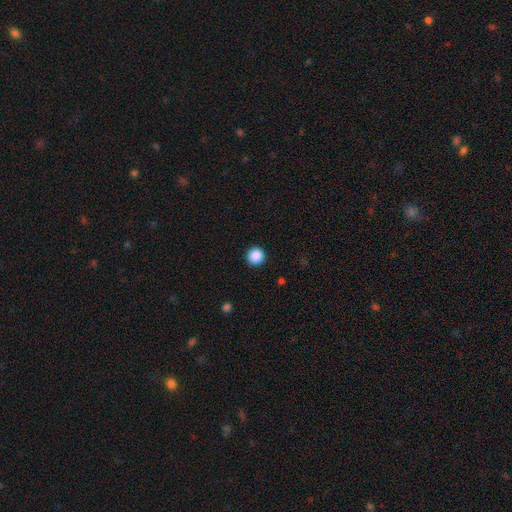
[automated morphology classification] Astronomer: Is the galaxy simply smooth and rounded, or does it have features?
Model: smooth — 88%.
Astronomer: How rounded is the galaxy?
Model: round — 96%.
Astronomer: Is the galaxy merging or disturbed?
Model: none — 92%.